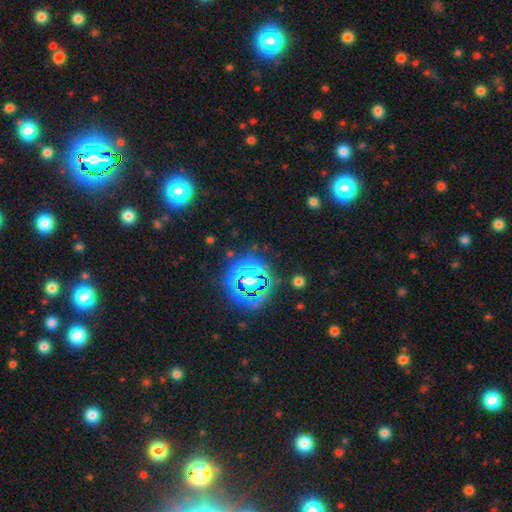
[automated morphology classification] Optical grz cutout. It shows a star or artifact, not a galaxy (81%).